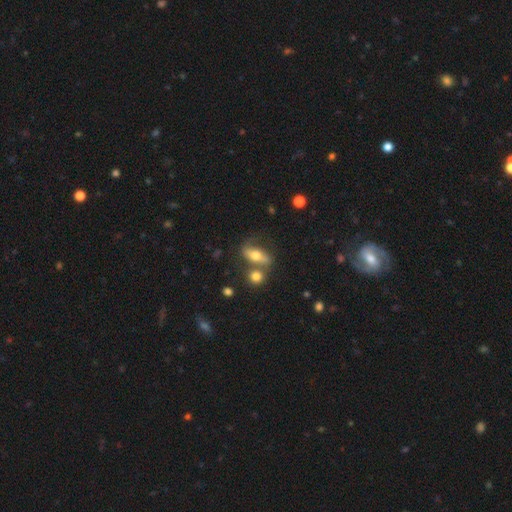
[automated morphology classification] smooth_or_featured: smooth (p=0.50) [alt: featured or disk p=0.42]
merging: none (p=0.55) [alt: merger p=0.22]